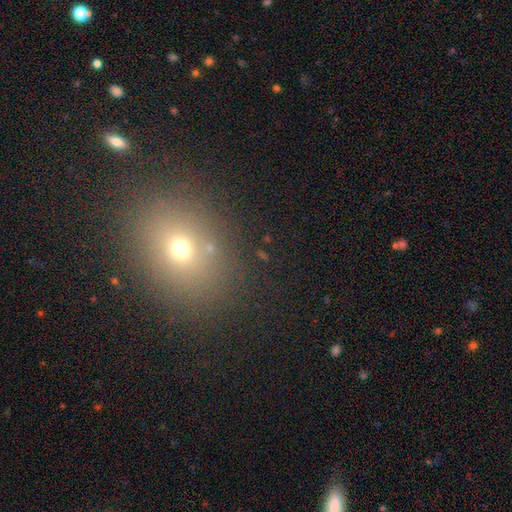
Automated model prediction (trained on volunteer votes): A smooth galaxy with no disk features (60%) that is round (51%). Merging: none (86%).